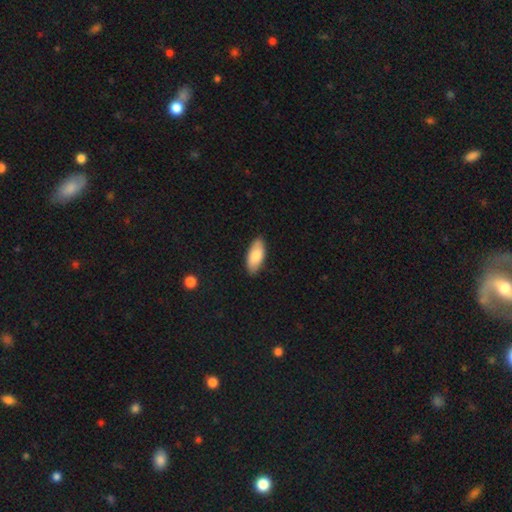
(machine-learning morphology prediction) smooth 82%, featured or disk 12%, star or artifact 5%. Down the decision tree: how rounded — in between (88%); merging — none (86%).